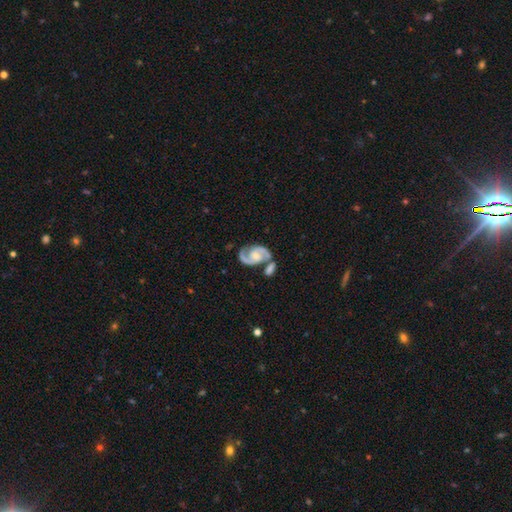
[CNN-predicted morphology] This appears to be a featured or disk galaxy (91%) with no bar (51%), 2 (93%) medium (58%) spiral arms (98%) and a small central bulge (48%). Merging: none (54%).